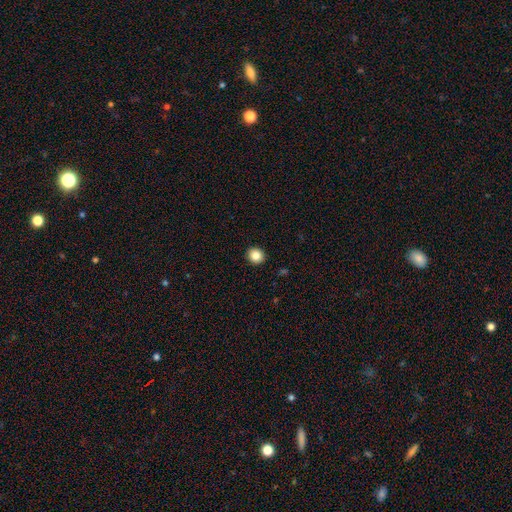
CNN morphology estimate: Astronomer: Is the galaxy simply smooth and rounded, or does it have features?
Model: smooth — 86%.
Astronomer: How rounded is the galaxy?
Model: round — 83%.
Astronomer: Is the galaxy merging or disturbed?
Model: none — 92%.